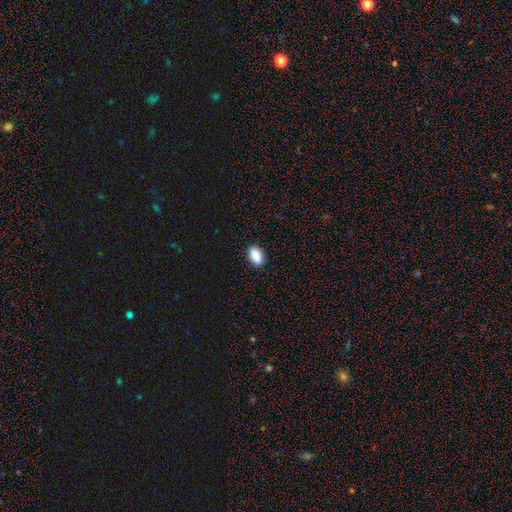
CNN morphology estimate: Q: Smooth or featured?
A: smooth (88%); runner-up: star or artifact (8%)
Q: How rounded?
A: in between (90%); runner-up: round (7%)
Q: Merging?
A: none (89%); runner-up: minor disturbance (8%)